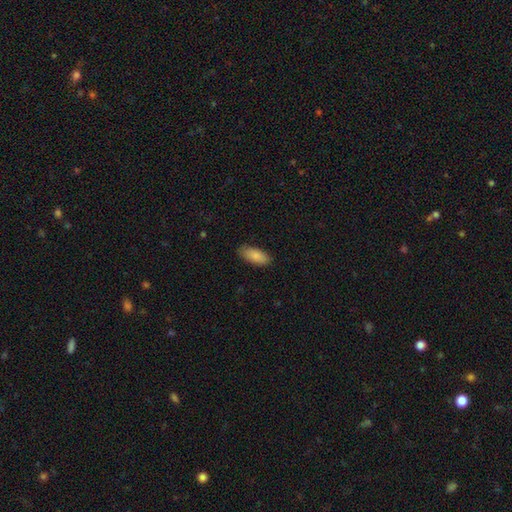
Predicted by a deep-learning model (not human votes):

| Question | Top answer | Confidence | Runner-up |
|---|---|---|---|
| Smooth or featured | smooth | 87% | featured or disk (7%) |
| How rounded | in between | 84% | cigar-shaped (14%) |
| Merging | none | 85% | minor disturbance (12%) |